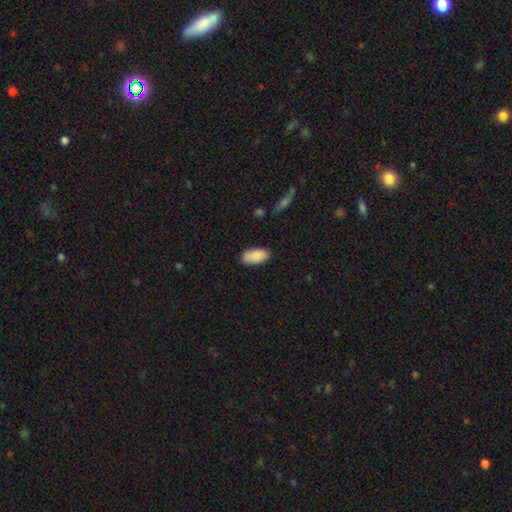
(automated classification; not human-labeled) This is clearly a smooth galaxy (89%). How rounded: clearly in between (92%). Merging: clearly none (83%).